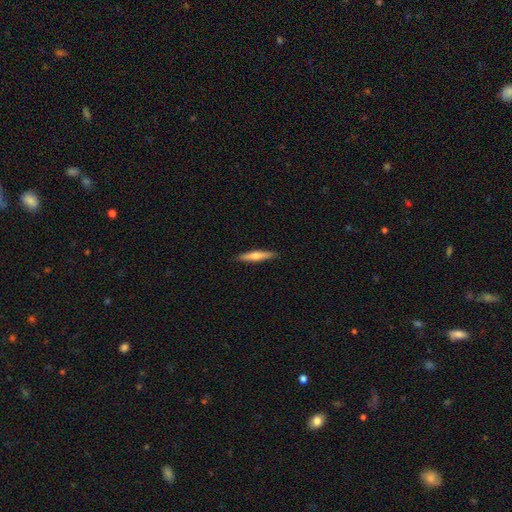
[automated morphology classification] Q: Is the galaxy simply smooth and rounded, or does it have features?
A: smooth — 55%.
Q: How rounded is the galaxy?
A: cigar-shaped — 88%.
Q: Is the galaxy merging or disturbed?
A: none — 90%.